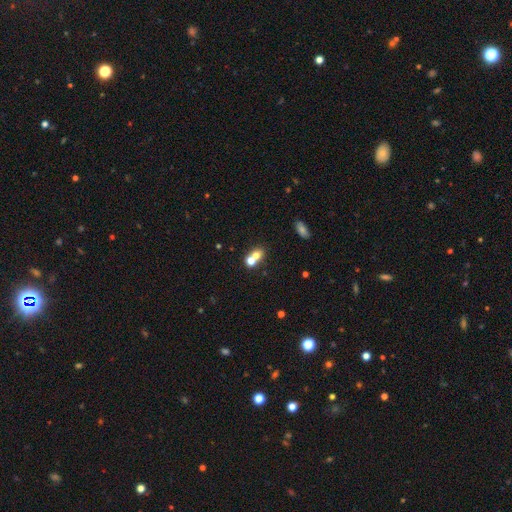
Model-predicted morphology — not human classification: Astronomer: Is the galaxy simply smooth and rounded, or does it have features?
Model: smooth — 68%.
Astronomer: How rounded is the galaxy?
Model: round — 59% (runner-up: in between, 39%).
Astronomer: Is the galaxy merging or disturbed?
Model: merger — 55% (runner-up: none, 35%).